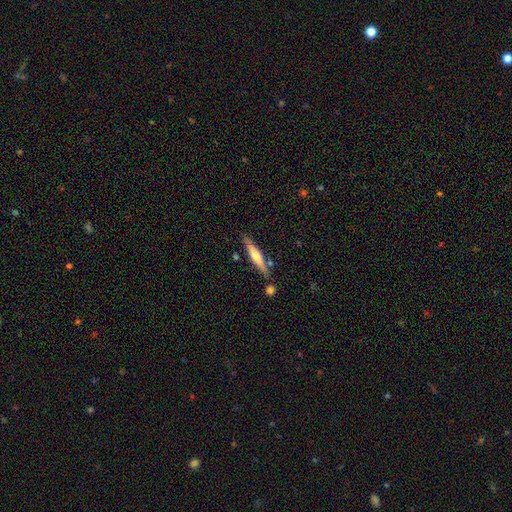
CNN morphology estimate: This is possibly a featured or disk galaxy (55%). It is clearly viewed edge-on (96%). Edge-on bulge: likely rounded (66%). Merging: clearly none (82%).